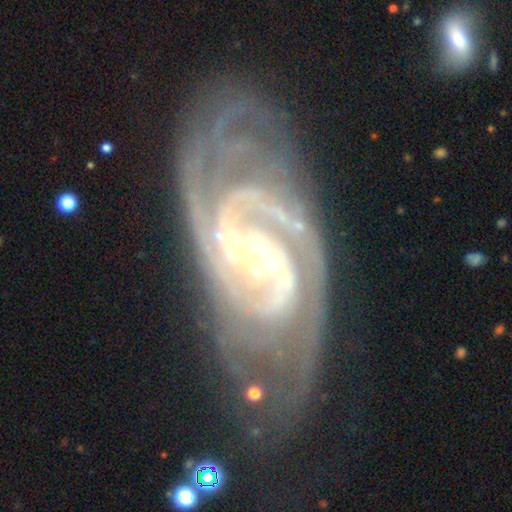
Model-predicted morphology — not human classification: This appears to be a featured or disk galaxy (92%) with a weak bar (36%), 2 (41%) tight (57%) spiral arms (98%) and a small central bulge (70%). Merging: none (63%).